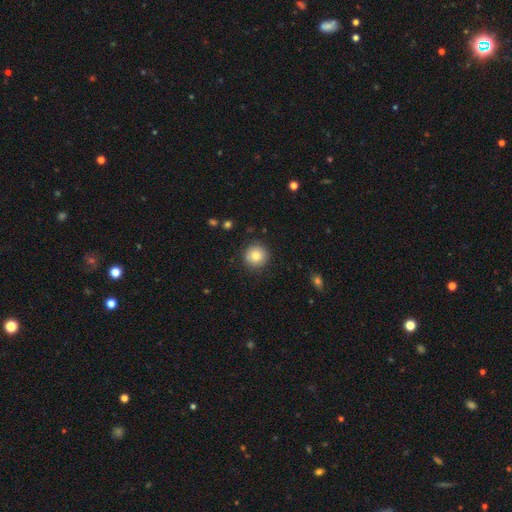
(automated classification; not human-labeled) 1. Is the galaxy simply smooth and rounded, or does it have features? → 81% smooth, 10% featured or disk, 9% star or artifact.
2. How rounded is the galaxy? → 95% round, 4% in between, 1% cigar-shaped.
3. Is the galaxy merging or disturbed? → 89% none, 8% minor disturbance, 2% major disturbance, 1% merger.